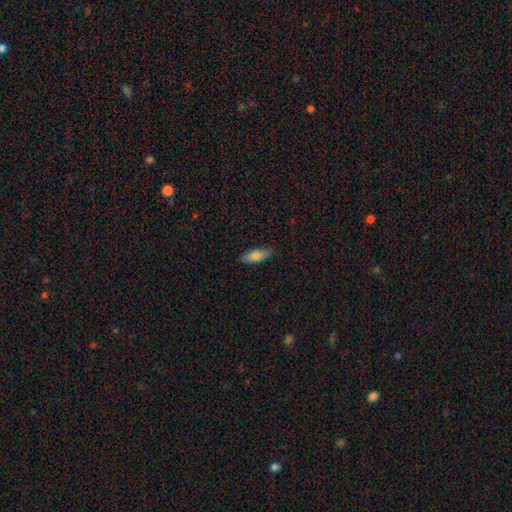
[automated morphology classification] A smooth galaxy with no disk features (78%) that is in between round and cigar-shaped (61%). Merging: none (83%).